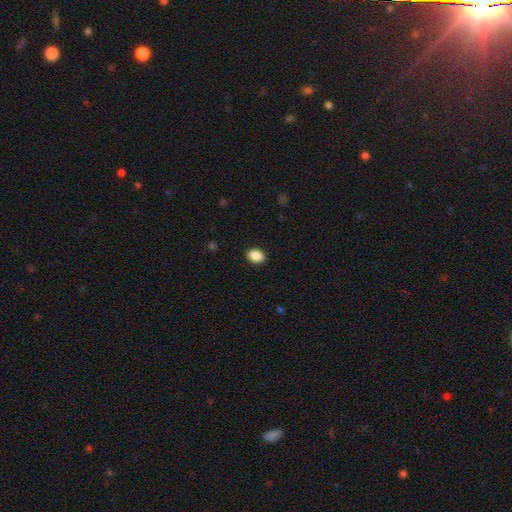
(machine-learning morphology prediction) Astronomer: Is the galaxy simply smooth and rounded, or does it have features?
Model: smooth — 89%.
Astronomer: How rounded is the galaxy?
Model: in between — 73%.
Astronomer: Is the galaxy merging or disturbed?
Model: none — 90%.